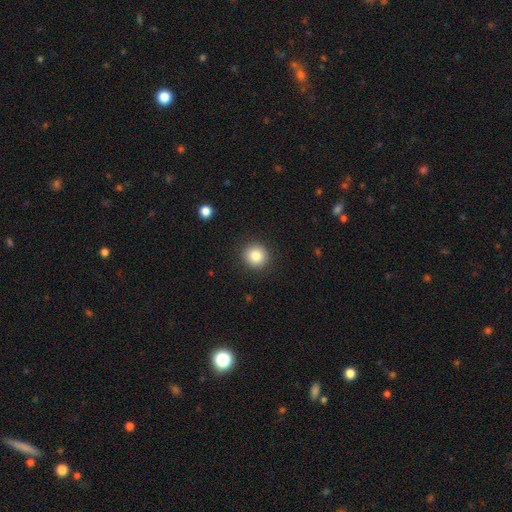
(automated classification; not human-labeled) Morphology: type=smooth (84%); roundness=round (91%); merging=none (90%).